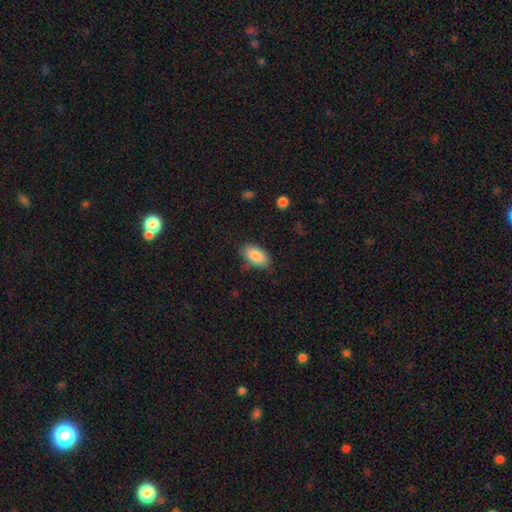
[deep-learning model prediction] Smooth or featured? smooth (87%)
How rounded? in between (94%)
Merging? none (79%)